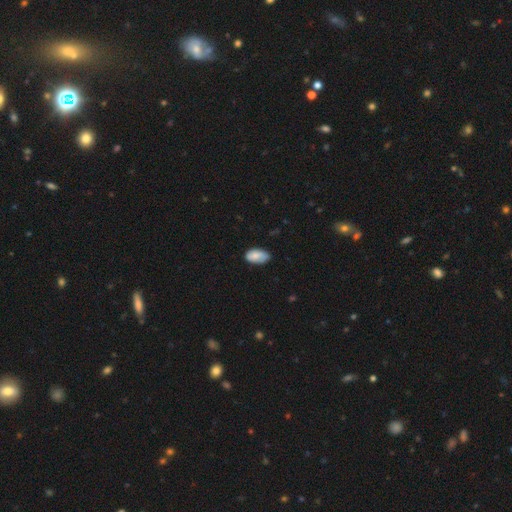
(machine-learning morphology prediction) This is clearly a smooth galaxy (81%). How rounded: clearly in between (95%). Merging: likely none (72%).